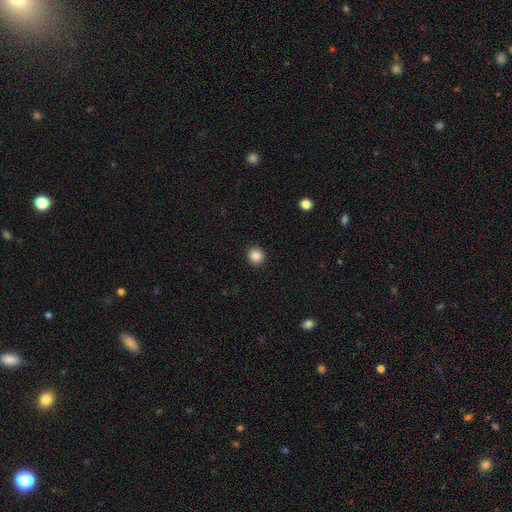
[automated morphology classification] Overall: smooth (87%). How rounded: round (93%). Merging: none (93%).